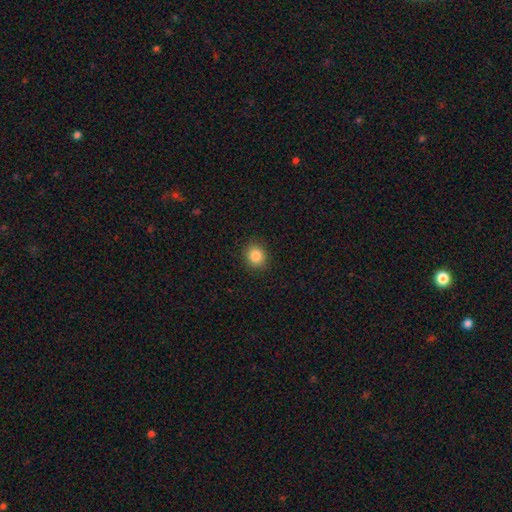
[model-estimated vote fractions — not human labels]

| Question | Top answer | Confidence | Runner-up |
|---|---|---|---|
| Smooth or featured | smooth | 86% | star or artifact (10%) |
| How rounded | round | 76% | in between (23%) |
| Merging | none | 89% | minor disturbance (7%) |